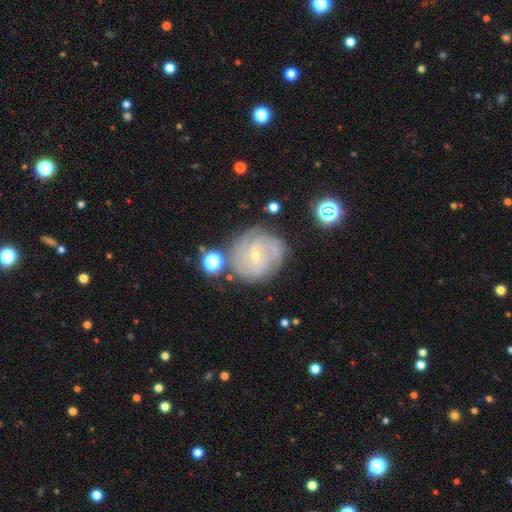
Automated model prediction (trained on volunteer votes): This is likely a featured or disk galaxy (77%). It is clearly not viewed edge-on (97%). Bar: possibly no (53%). Spiral arm pattern: clearly yes (93%). Spiral arm count: marginally can't tell (33%). Spiral winding: likely tight (69%). Central bulge: likely small (79%). Merging: likely none (72%).